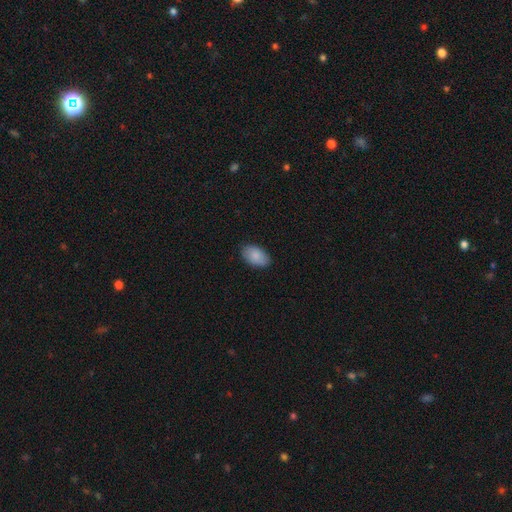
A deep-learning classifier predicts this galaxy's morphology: Smooth or featured: smooth — 88% (featured or disk — 6%)
How rounded: in between — 94% (round — 5%)
Merging: none — 85% (minor disturbance — 12%)